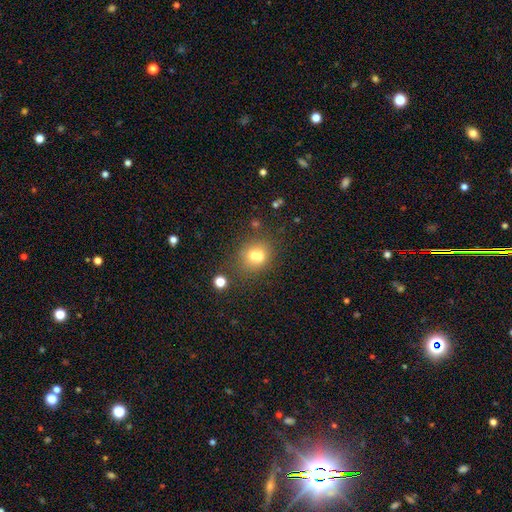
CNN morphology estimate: Smooth or featured?
  - smooth: 65% *
  - featured or disk: 21%
  - star or artifact: 14%
How rounded?
  - round: 72% *
  - in between: 27%
  - cigar-shaped: 1%
Merging?
  - merger: 46% *
  - none: 41%
  - minor disturbance: 9%
  - major disturbance: 4%